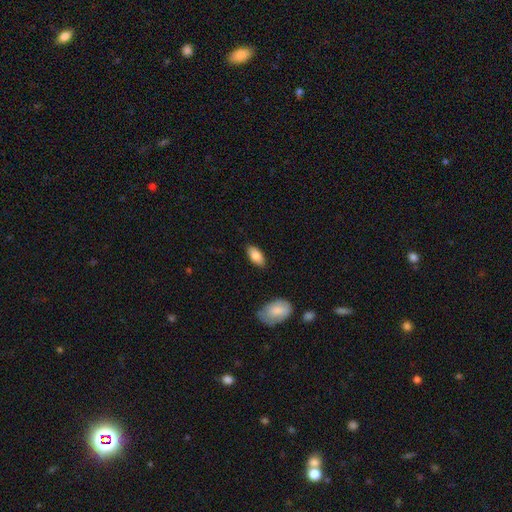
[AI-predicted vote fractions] Q: Smooth or featured?
A: smooth (84%); runner-up: featured or disk (9%)
Q: How rounded?
A: in between (92%); runner-up: cigar-shaped (6%)
Q: Merging?
A: none (86%); runner-up: minor disturbance (11%)